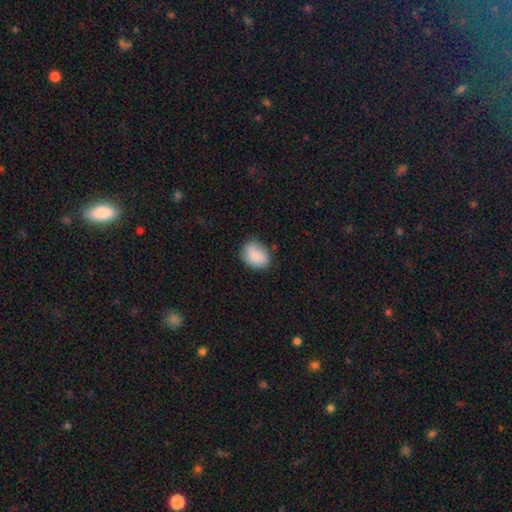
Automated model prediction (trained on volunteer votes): smooth-or-featured: smooth: 82% | featured or disk: 11% | star or artifact: 7%
  how-rounded: in between: 59% | round: 40% | cigar-shaped: 1%
  merging: none: 70% | minor disturbance: 23% | major disturbance: 5% | merger: 2%